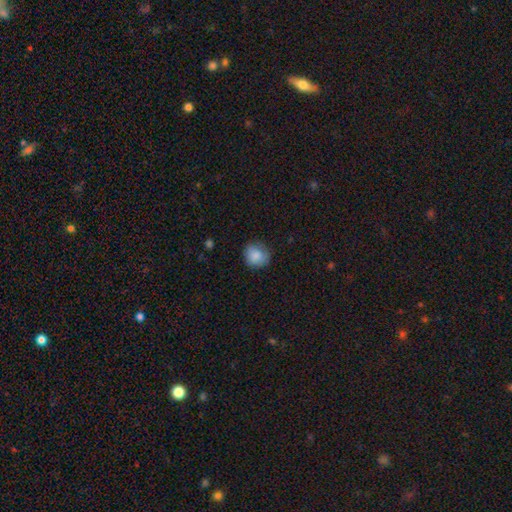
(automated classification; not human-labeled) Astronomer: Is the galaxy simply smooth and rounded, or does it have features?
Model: smooth — 85%.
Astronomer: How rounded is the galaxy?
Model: round — 81%.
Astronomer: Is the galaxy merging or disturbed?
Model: none — 75%.